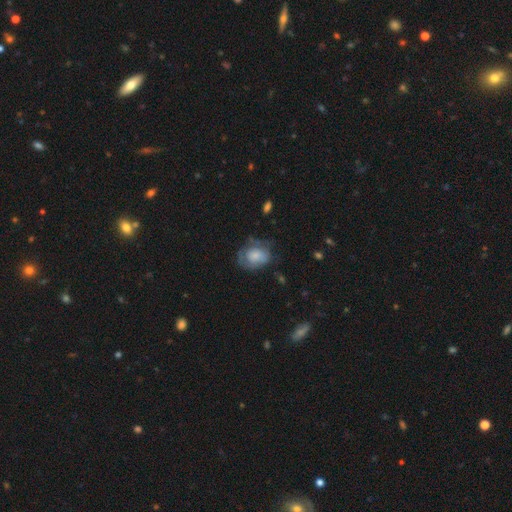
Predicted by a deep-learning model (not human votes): A smooth galaxy with no disk features (56%) that is in between round and cigar-shaped (62%).

Vote fractions:
- Smooth or featured? smooth: 56% / featured or disk: 37% / star or artifact: 8%
- How rounded? in between: 62% / round: 37% / cigar-shaped: 1%
- Merging? none: 50% / minor disturbance: 29% / major disturbance: 20% / merger: 2%